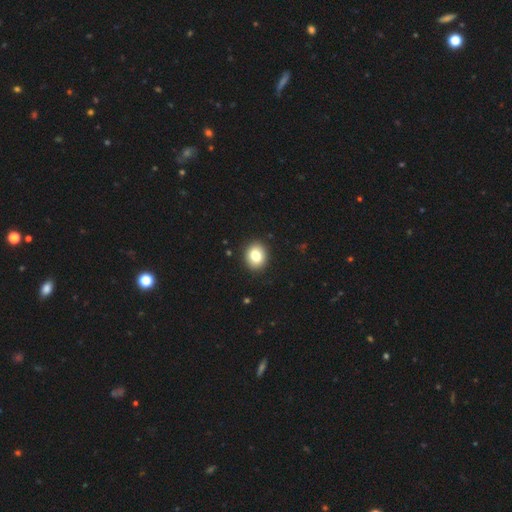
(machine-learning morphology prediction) Smooth or featured? Predicted: smooth (p=0.80). How rounded? Predicted: round (p=0.66). Merging? Predicted: none (p=0.92).